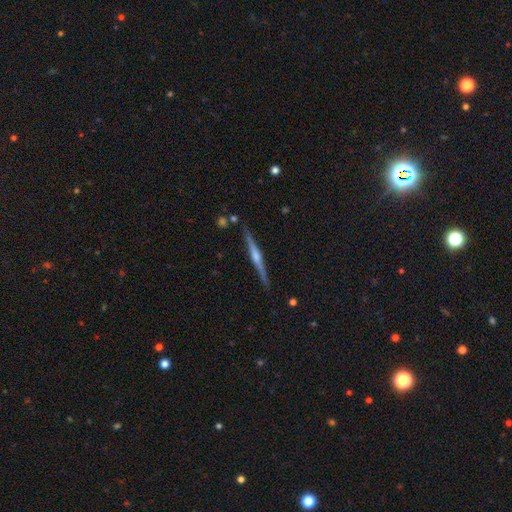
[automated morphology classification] Overall: featured or disk (84%). Edge-on disk: yes (98%). Edge-on bulge: rounded (85%). Merging: none (90%).